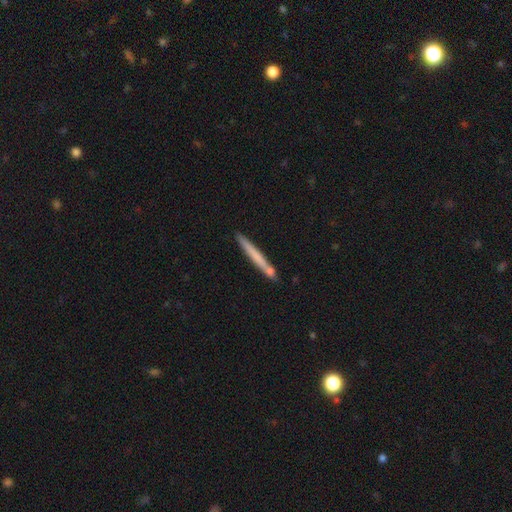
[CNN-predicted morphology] This appears to be a smooth galaxy with no disk features (63%) that is cigar-shaped (97%). Merging: none (77%).